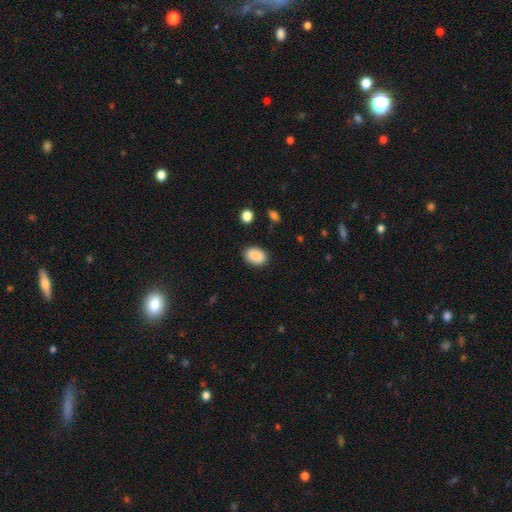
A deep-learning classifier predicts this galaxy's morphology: This is clearly a smooth galaxy (88%). How rounded: clearly in between (83%). Merging: clearly none (83%).